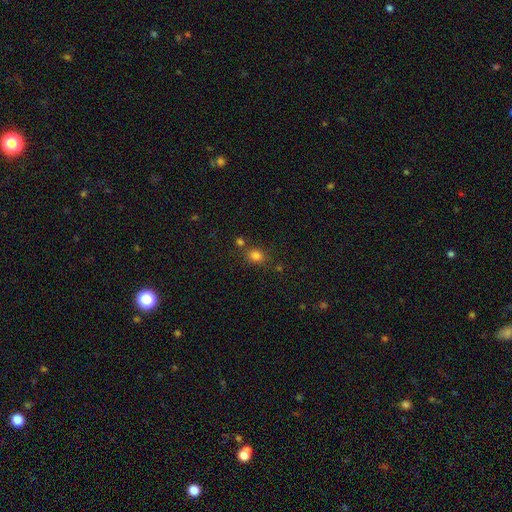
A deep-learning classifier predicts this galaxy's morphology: A smooth galaxy with no disk features (80%) that is round (66%). Merging: none (72%).